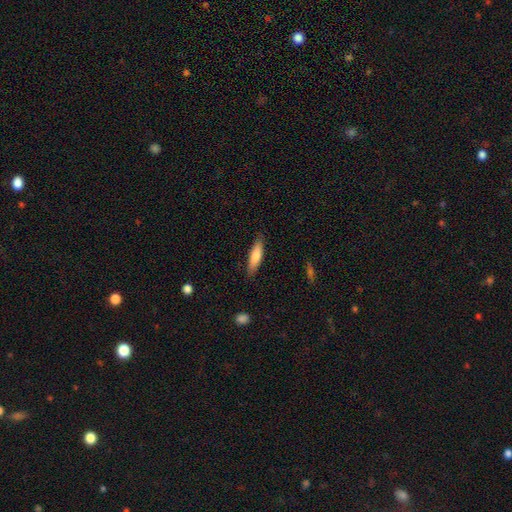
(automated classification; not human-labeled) Morphology: type=smooth (78%); roundness=cigar-shaped (70%); merging=none (86%).